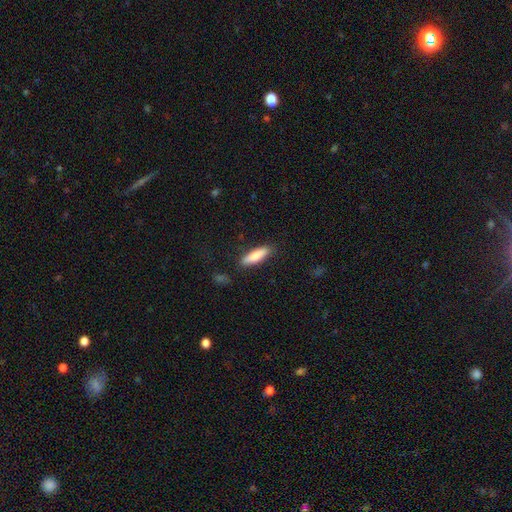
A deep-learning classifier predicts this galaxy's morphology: Smooth or featured? Predicted: smooth (p=0.78). How rounded? Predicted: cigar-shaped (p=0.62). Merging? Predicted: none (p=0.85).